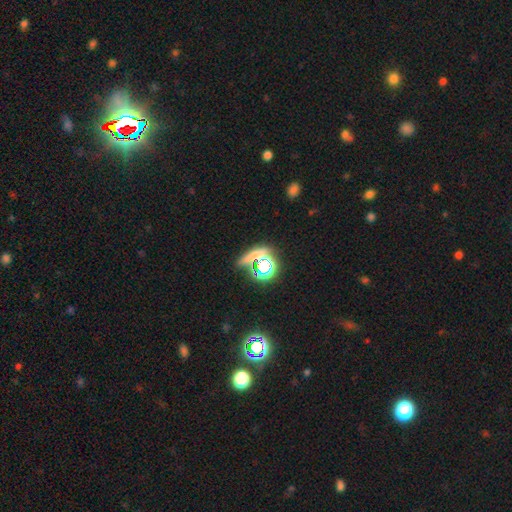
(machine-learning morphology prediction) type=star or artifact (47%).